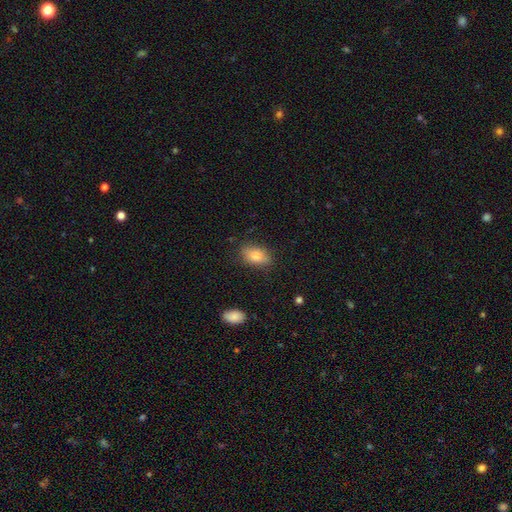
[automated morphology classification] Overall: smooth (82%). How rounded: in between (88%). Merging: none (79%).